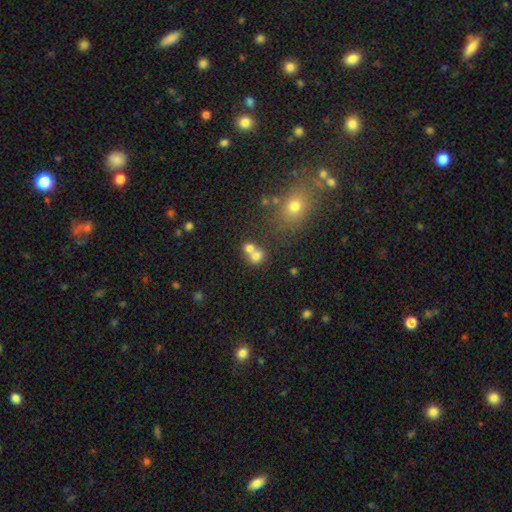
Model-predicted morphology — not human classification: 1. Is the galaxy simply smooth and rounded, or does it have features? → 71% smooth, 15% featured or disk, 14% star or artifact.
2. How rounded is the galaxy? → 67% round, 32% in between, 1% cigar-shaped.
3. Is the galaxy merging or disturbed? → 59% merger, 31% none, 7% minor disturbance, 4% major disturbance.